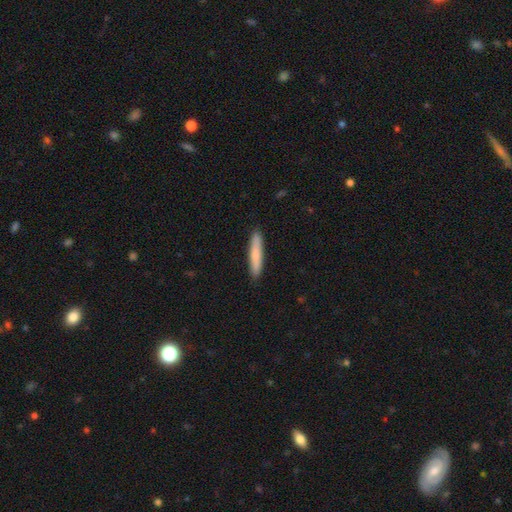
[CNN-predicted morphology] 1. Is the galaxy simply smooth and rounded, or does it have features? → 80% smooth, 15% featured or disk, 5% star or artifact.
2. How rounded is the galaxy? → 89% cigar-shaped, 9% in between, 1% round.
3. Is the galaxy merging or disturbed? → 90% none, 7% minor disturbance, 1% major disturbance, 1% merger.